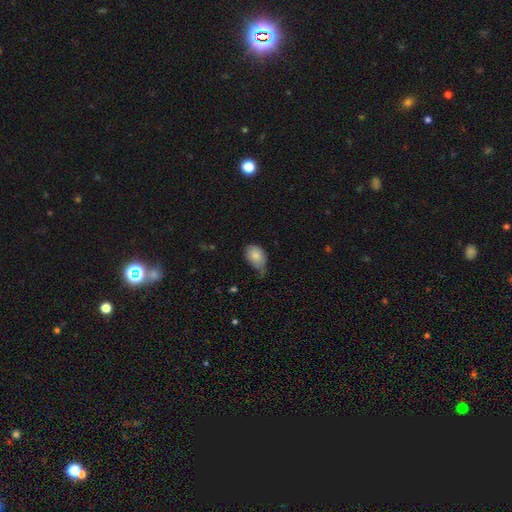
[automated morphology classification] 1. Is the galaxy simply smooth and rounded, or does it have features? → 82% smooth, 11% featured or disk, 7% star or artifact.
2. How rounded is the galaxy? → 82% in between, 17% round, 1% cigar-shaped.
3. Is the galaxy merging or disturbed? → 45% minor disturbance, 30% none, 21% major disturbance, 4% merger.